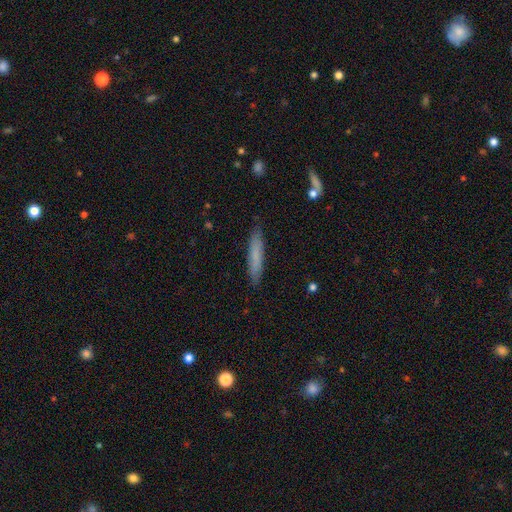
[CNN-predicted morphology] The model was most divided on "smooth or featured": smooth: 72%, featured or disk: 21%, star or artifact: 6%. More confident: how rounded — cigar-shaped (90%); merging — none (86%).